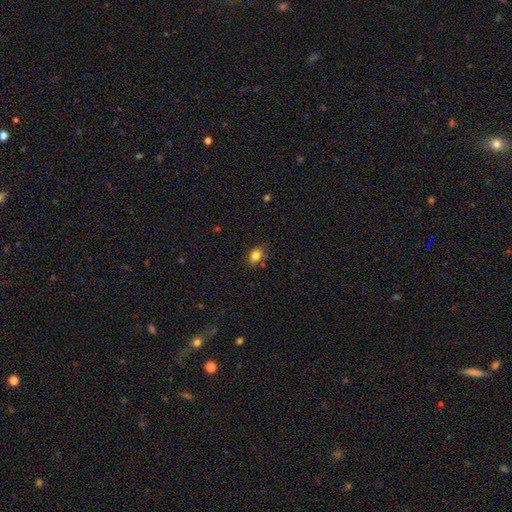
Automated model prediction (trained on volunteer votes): Smooth or featured?
  - smooth: 81% *
  - star or artifact: 11%
  - featured or disk: 8%
How rounded?
  - in between: 62% *
  - round: 36%
  - cigar-shaped: 1%
Merging?
  - none: 79% *
  - minor disturbance: 15%
  - major disturbance: 3%
  - merger: 3%